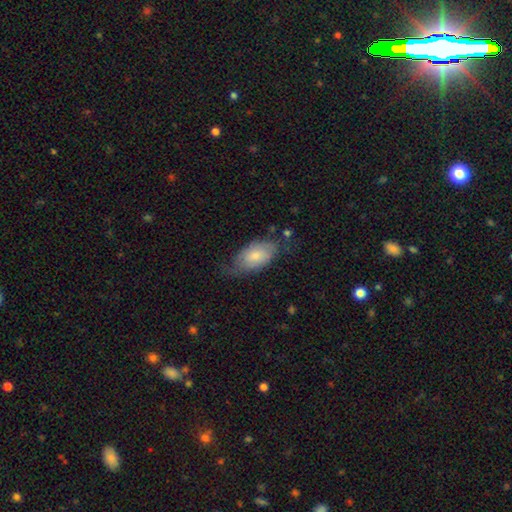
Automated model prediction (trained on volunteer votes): Overall: smooth (60%; featured or disk 34%). How rounded: in between (93%). Merging: none (50%; minor disturbance 33%).